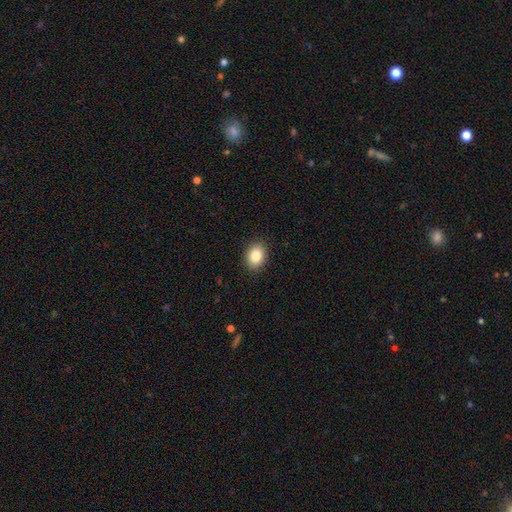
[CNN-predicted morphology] Overall: smooth (85%). How rounded: in between (61%; round 38%). Merging: none (89%).